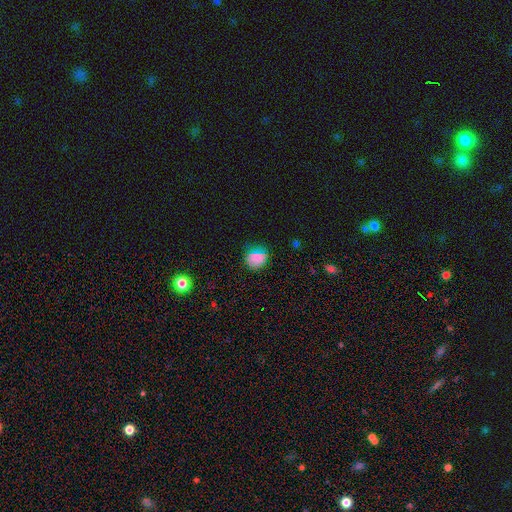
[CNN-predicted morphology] Smooth or featured? smooth (77%)
How rounded? round (67%)
Merging? none (71%)